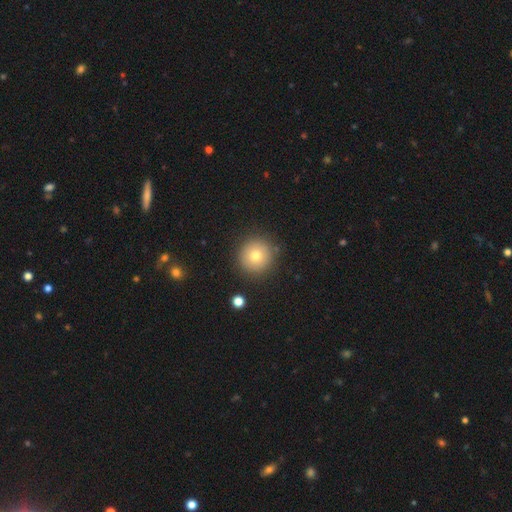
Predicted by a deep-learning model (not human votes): smooth_or_featured: smooth (p=0.75) [alt: featured or disk p=0.13]
how_rounded: round (p=0.95) [alt: in between p=0.05]
merging: none (p=0.89) [alt: minor disturbance p=0.07]